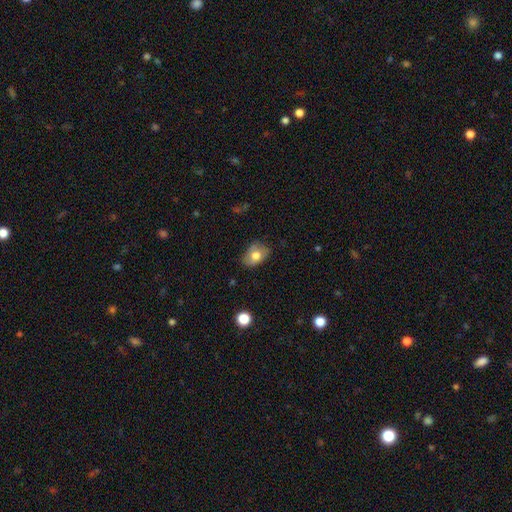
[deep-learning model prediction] Smooth or featured? Predicted: smooth (p=0.74). How rounded? Predicted: in between (p=0.80). Merging? Predicted: none (p=0.67).